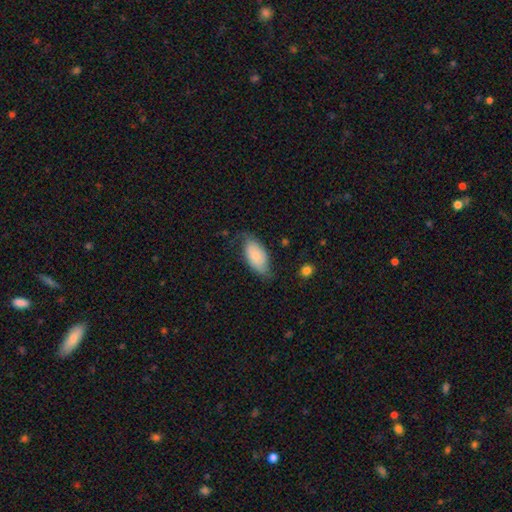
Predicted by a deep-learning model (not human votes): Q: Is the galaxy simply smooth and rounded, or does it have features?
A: smooth — 72%.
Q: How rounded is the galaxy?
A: in between — 92%.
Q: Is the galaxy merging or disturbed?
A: none — 57%.